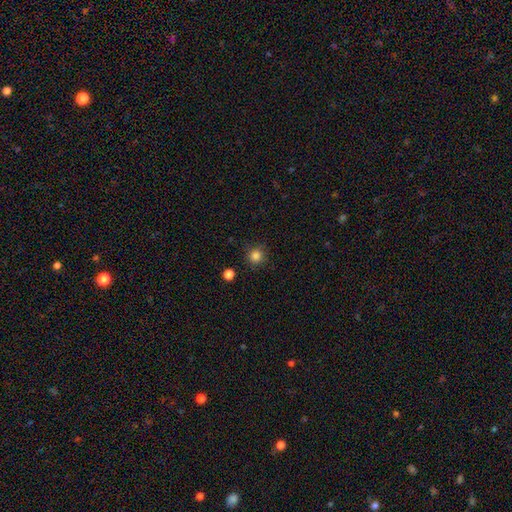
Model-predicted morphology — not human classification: smooth-or-featured: smooth: 84% | star or artifact: 12% | featured or disk: 4%
  how-rounded: round: 94% | in between: 5% | cigar-shaped: 1%
  merging: none: 86% | minor disturbance: 9% | major disturbance: 3% | merger: 2%